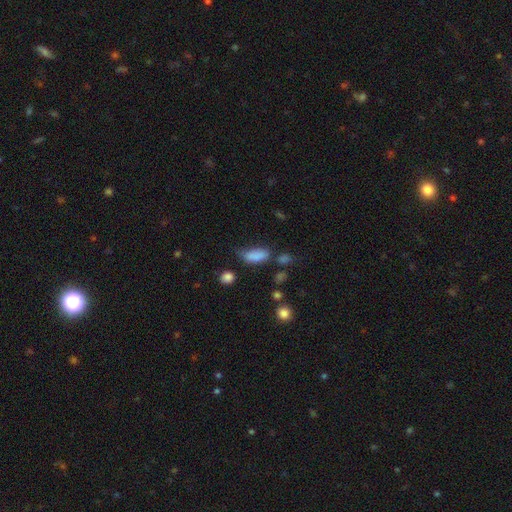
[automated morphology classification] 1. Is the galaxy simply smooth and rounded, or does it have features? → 81% smooth, 10% star or artifact, 9% featured or disk.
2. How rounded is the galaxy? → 80% in between, 16% cigar-shaped, 4% round.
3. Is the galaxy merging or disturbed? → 41% none, 33% minor disturbance, 16% major disturbance, 10% merger.